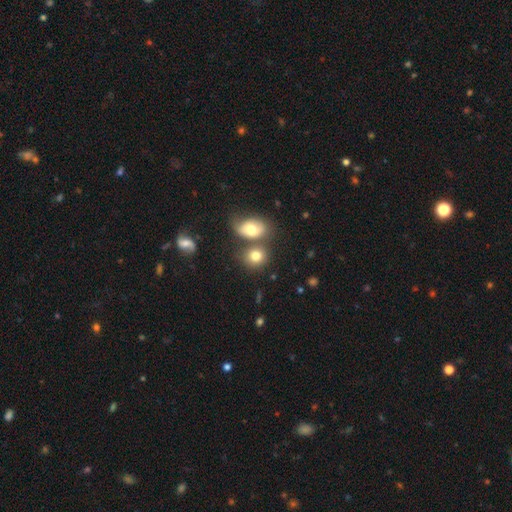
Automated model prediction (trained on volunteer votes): Smooth or featured: smooth — 77% (featured or disk — 13%)
How rounded: round — 62% (in between — 36%)
Merging: none — 54% (merger — 29%)